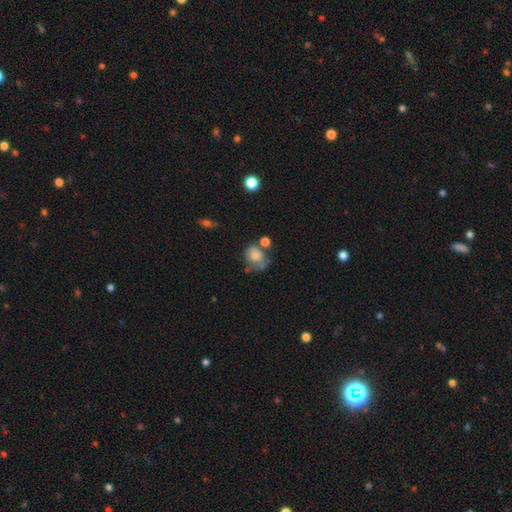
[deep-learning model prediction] This appears to be a smooth galaxy with no disk features (72%) that is round (55%). Merging: none (33%).